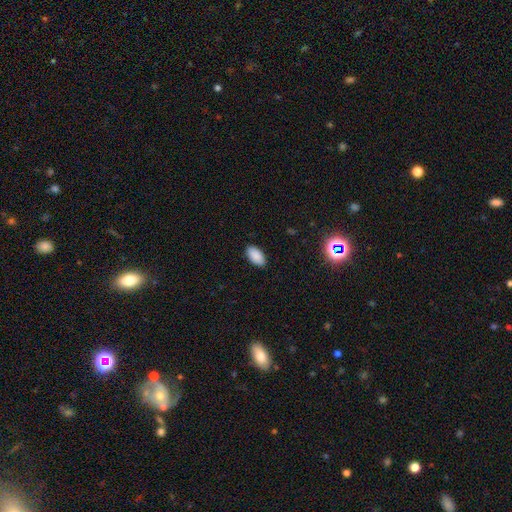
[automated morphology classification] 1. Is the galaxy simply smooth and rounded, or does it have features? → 88% smooth, 8% star or artifact, 4% featured or disk.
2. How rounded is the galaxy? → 95% in between, 3% round, 2% cigar-shaped.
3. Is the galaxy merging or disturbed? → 88% none, 9% minor disturbance, 2% major disturbance, 1% merger.